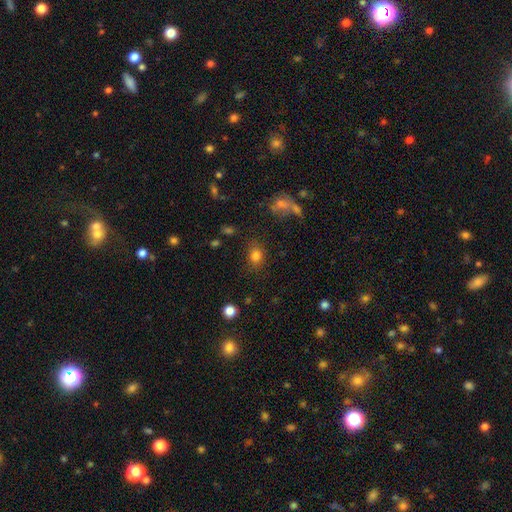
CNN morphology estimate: Smooth or featured?
  - smooth: 80% *
  - star or artifact: 13%
  - featured or disk: 6%
How rounded?
  - round: 55% *
  - in between: 44%
  - cigar-shaped: 1%
Merging?
  - none: 76% *
  - minor disturbance: 15%
  - major disturbance: 6%
  - merger: 4%